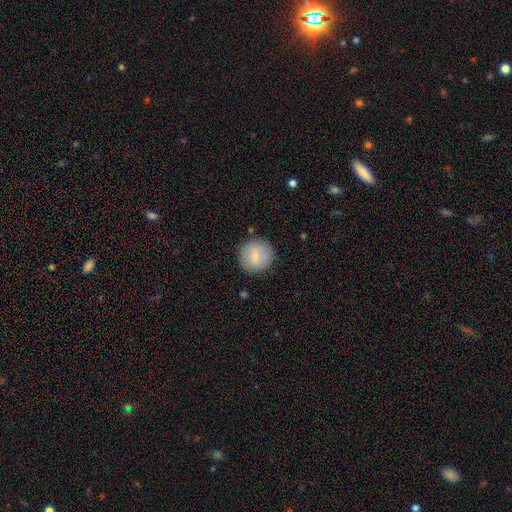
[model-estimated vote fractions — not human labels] Q: Smooth or featured?
A: smooth (74%); runner-up: featured or disk (19%)
Q: How rounded?
A: round (93%); runner-up: in between (6%)
Q: Merging?
A: none (86%); runner-up: minor disturbance (9%)